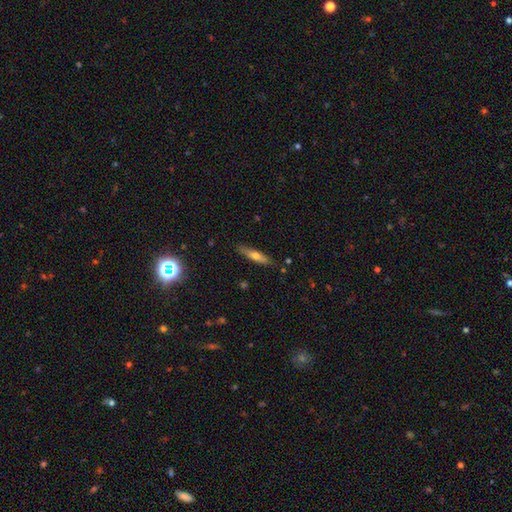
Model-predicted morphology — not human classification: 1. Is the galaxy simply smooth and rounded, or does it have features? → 53% smooth, 40% featured or disk, 7% star or artifact.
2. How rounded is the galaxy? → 83% cigar-shaped, 15% in between, 2% round.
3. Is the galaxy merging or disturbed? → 86% none, 11% minor disturbance, 2% major disturbance, 2% merger.